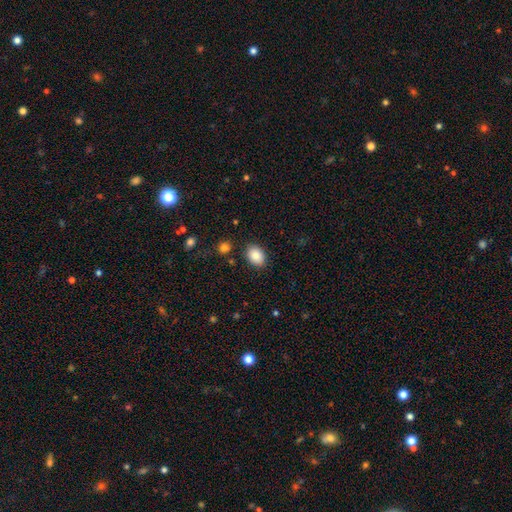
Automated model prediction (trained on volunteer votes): smooth-or-featured: smooth: 87% | star or artifact: 7% | featured or disk: 5%
  how-rounded: in between: 77% | round: 22% | cigar-shaped: 1%
  merging: none: 86% | minor disturbance: 9% | major disturbance: 3% | merger: 2%